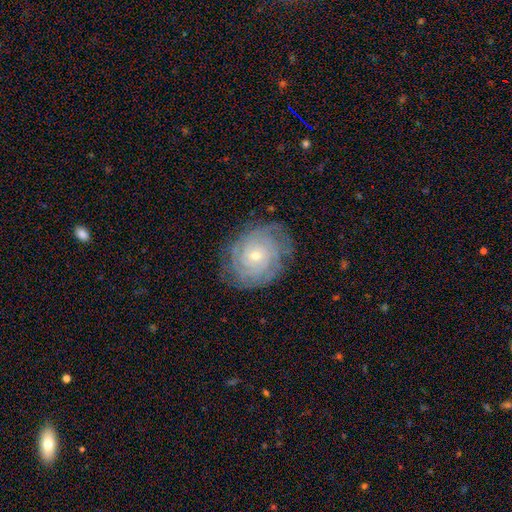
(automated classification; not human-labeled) featured or disk 83%, smooth 10%, star or artifact 7%. Down the decision tree: edge-on disk — no (97%); bar — no (78%); spiral arms — yes (96%); spiral arm count — can't tell (35%); spiral winding — tight (83%); bulge size — small (67%); merging — none (79%).